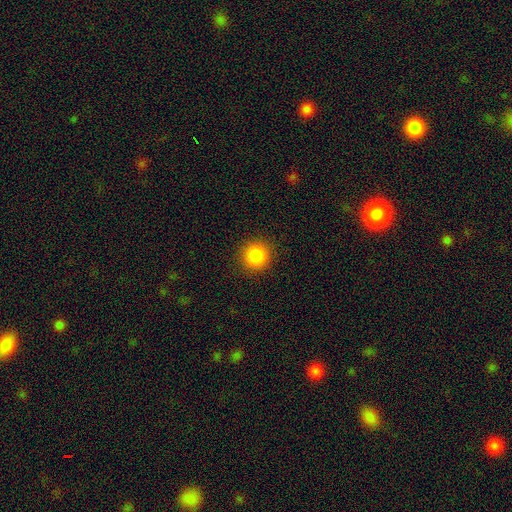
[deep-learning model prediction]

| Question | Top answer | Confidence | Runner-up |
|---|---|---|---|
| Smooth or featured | smooth | 86% | star or artifact (11%) |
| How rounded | round | 93% | in between (6%) |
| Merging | none | 91% | minor disturbance (6%) |